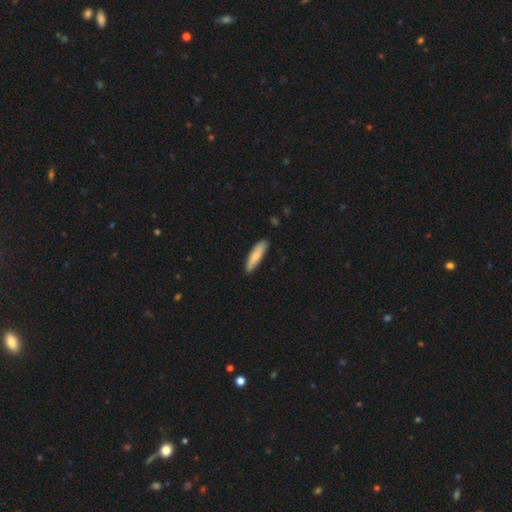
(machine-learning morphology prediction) type=smooth (75%); roundness=cigar-shaped (72%); merging=none (85%).